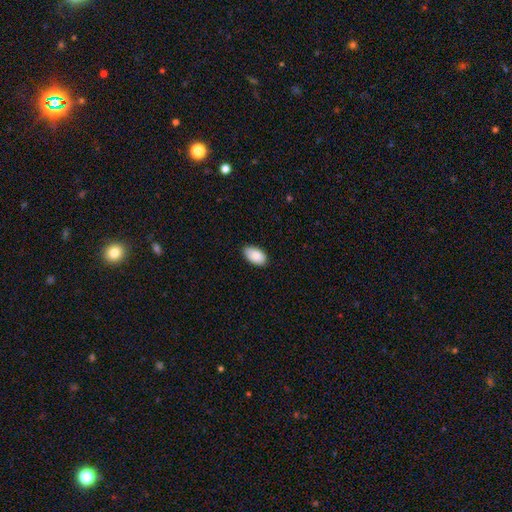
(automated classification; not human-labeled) A smooth galaxy with no disk features (88%) that is in between round and cigar-shaped (95%).

Vote fractions:
- Smooth or featured? smooth: 88% / star or artifact: 7% / featured or disk: 5%
- How rounded? in between: 95% / round: 3% / cigar-shaped: 2%
- Merging? none: 83% / minor disturbance: 14% / major disturbance: 2% / merger: 1%